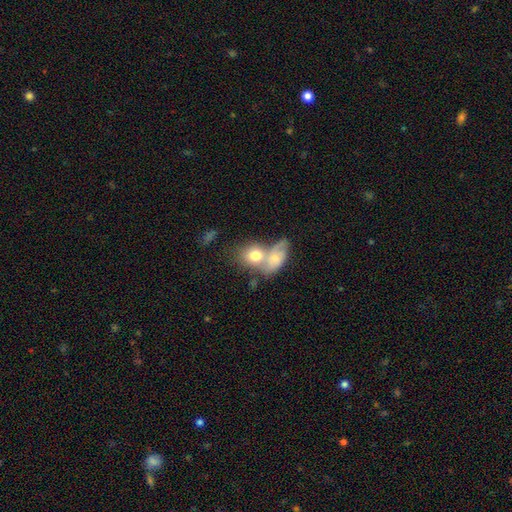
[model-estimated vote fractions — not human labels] Morphology: type=smooth (72%); roundness=in between (53%); merging=merger (65%).